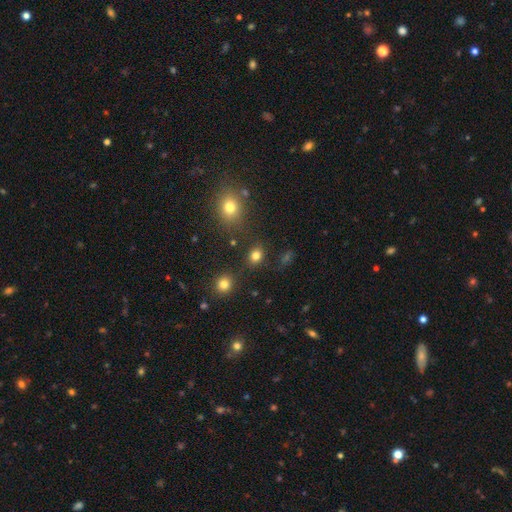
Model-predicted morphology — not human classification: Smooth or featured? Predicted: smooth (p=0.81). How rounded? Predicted: round (p=0.59). Merging? Predicted: none (p=0.80).